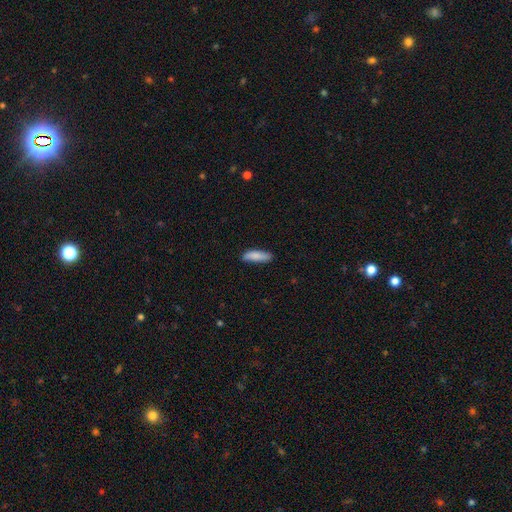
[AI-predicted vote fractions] A smooth galaxy with no disk features (85%) that is cigar-shaped (56%). Merging: none (82%).